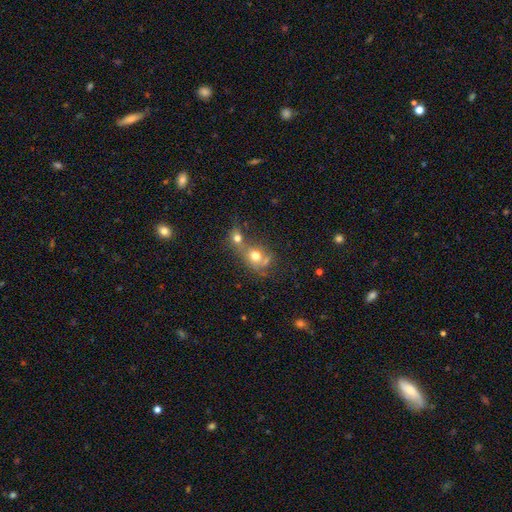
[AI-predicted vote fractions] This is likely a smooth galaxy (68%). How rounded: likely round (66%). Merging: likely merger (62%).